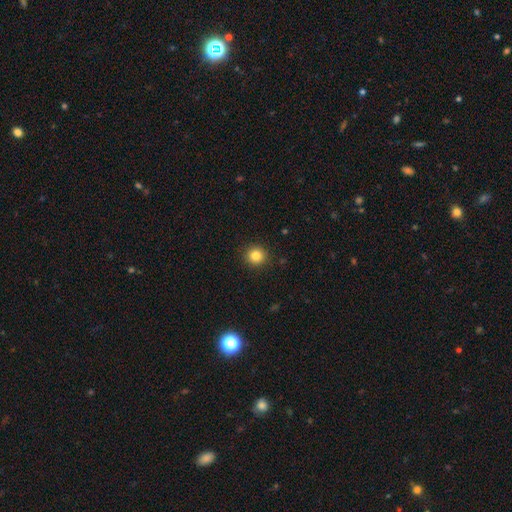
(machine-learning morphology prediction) smooth-or-featured: smooth: 83% | star or artifact: 12% | featured or disk: 6%
  how-rounded: round: 92% | in between: 7% | cigar-shaped: 1%
  merging: none: 91% | minor disturbance: 6% | major disturbance: 2% | merger: 1%